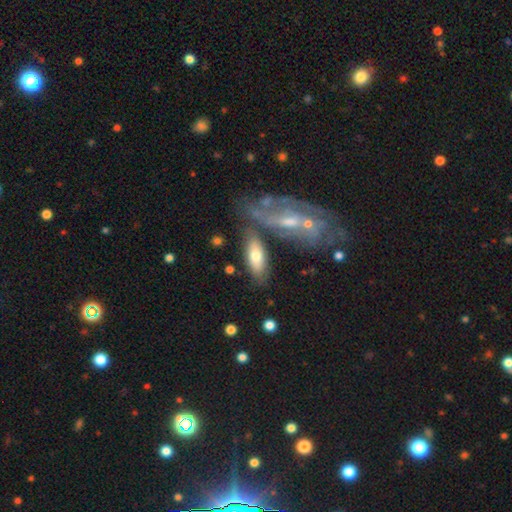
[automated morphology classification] smooth_or_featured: smooth (p=0.67) [alt: featured or disk p=0.27]
how_rounded: in between (p=0.71) [alt: cigar-shaped p=0.26]
merging: none (p=0.65) [alt: merger p=0.15]